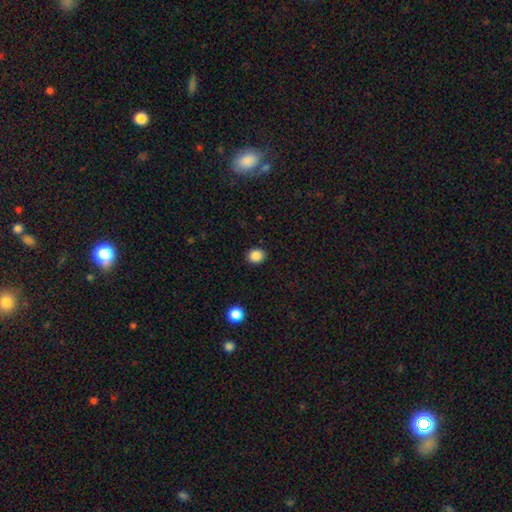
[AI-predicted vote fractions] Smooth or featured? smooth (86%)
How rounded? round (75%)
Merging? none (91%)